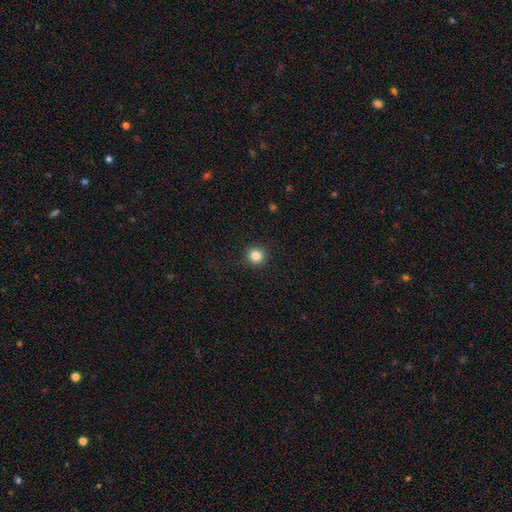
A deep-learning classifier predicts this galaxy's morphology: A smooth galaxy with no disk features (84%) that is round (95%). Merging: none (92%).